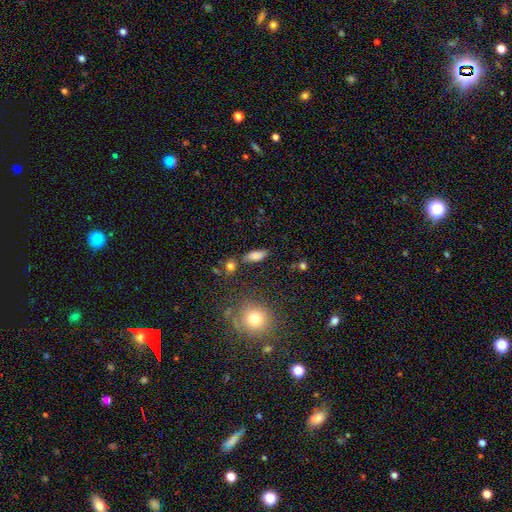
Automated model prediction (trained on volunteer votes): smooth_or_featured: smooth (p=0.80) [alt: featured or disk p=0.11]
how_rounded: in between (p=0.80) [alt: cigar-shaped p=0.16]
merging: none (p=0.77) [alt: minor disturbance p=0.14]